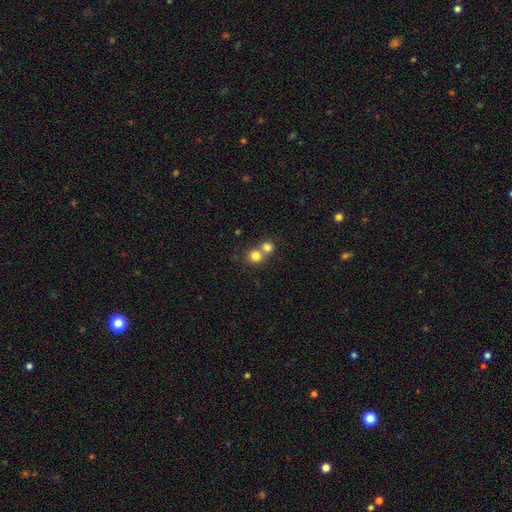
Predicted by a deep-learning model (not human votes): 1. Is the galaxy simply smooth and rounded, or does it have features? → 79% smooth, 11% star or artifact, 10% featured or disk.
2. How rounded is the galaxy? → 86% round, 13% in between, 1% cigar-shaped.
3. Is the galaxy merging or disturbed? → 52% merger, 40% none, 5% minor disturbance, 2% major disturbance.